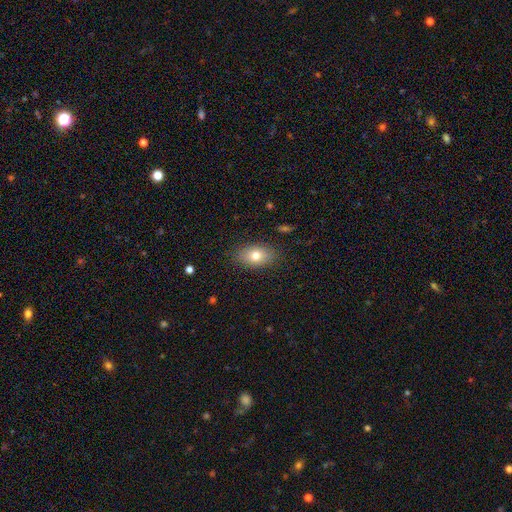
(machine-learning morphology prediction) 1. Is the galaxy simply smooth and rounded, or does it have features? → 76% smooth, 15% featured or disk, 9% star or artifact.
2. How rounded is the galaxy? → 85% in between, 13% round, 2% cigar-shaped.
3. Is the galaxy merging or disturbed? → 86% none, 10% minor disturbance, 3% major disturbance, 1% merger.